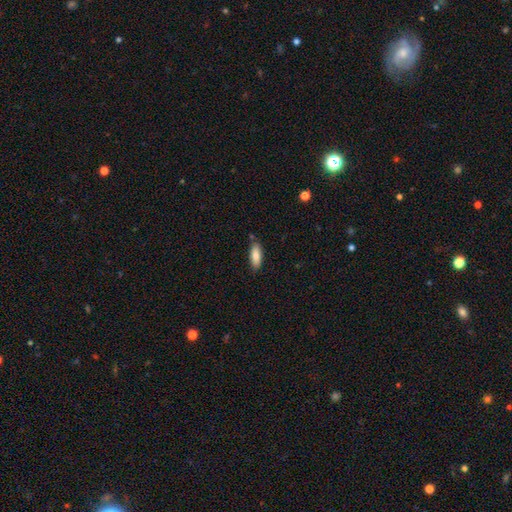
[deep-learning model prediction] smooth_or_featured: smooth (p=0.85) [alt: featured or disk p=0.09]
how_rounded: in between (p=0.70) [alt: cigar-shaped p=0.28]
merging: none (p=0.81) [alt: minor disturbance p=0.13]